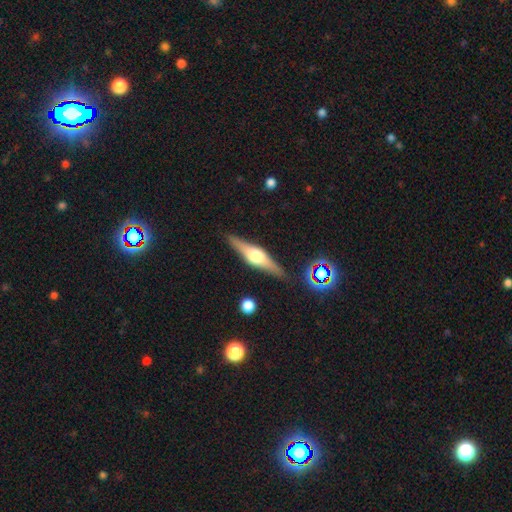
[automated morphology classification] smooth_or_featured: featured or disk (p=0.70) [alt: smooth p=0.23]
disk_edge_on: yes (p=0.96) [alt: no p=0.04]
edge_on_bulge: rounded (p=0.89) [alt: boxy p=0.09]
merging: none (p=0.86) [alt: minor disturbance p=0.10]